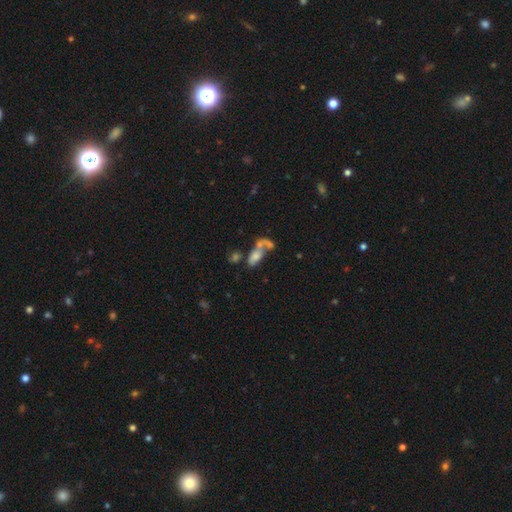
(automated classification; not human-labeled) smooth-or-featured: smooth: 49% | featured or disk: 34% | star or artifact: 17%
  merging: merger: 54% | none: 22% | major disturbance: 16% | minor disturbance: 9%